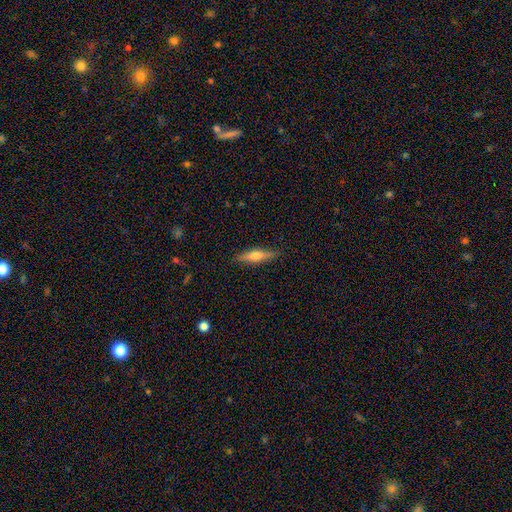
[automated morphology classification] A featured or disk galaxy (50%). Merging: none (88%).